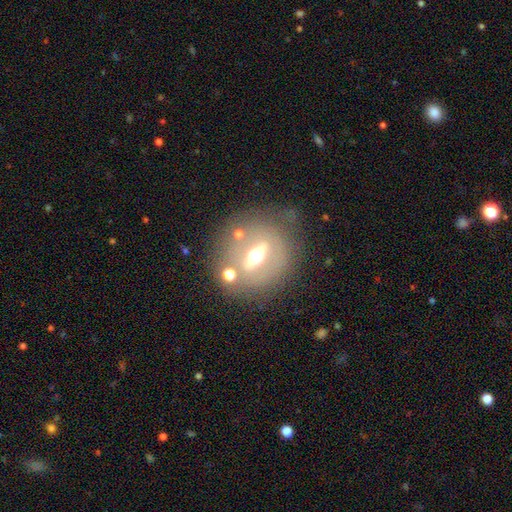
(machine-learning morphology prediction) This is likely a featured or disk galaxy (62%). It is likely not viewed edge-on (78%). Merging: likely none (68%).